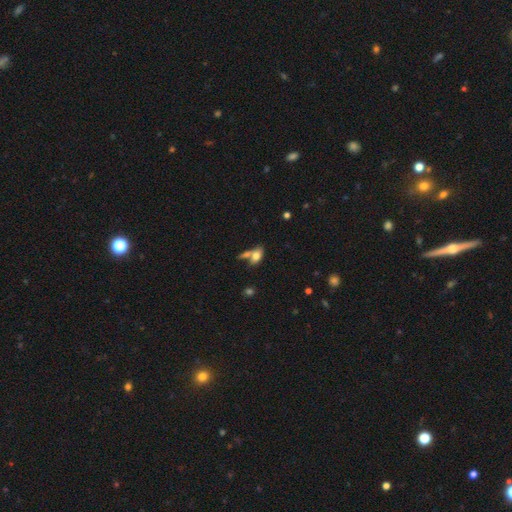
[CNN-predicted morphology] smooth-or-featured: smooth: 74% | featured or disk: 17% | star or artifact: 9%
  how-rounded: in between: 85% | round: 8% | cigar-shaped: 7%
  merging: none: 41% | merger: 40% | minor disturbance: 12% | major disturbance: 7%